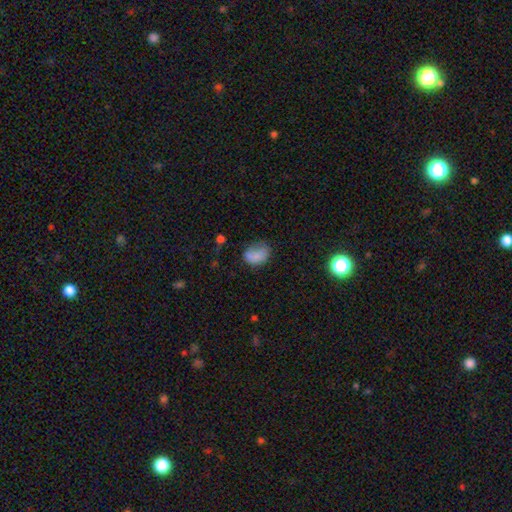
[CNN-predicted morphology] type=smooth (73%); roundness=in between (72%); merging=none (47%).